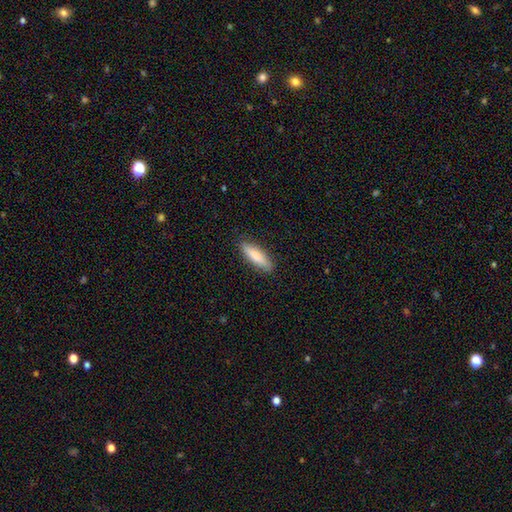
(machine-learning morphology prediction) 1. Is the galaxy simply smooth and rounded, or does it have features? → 81% smooth, 13% featured or disk, 5% star or artifact.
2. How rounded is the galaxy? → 65% cigar-shaped, 34% in between, 2% round.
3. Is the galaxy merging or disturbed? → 88% none, 9% minor disturbance, 2% major disturbance, 1% merger.